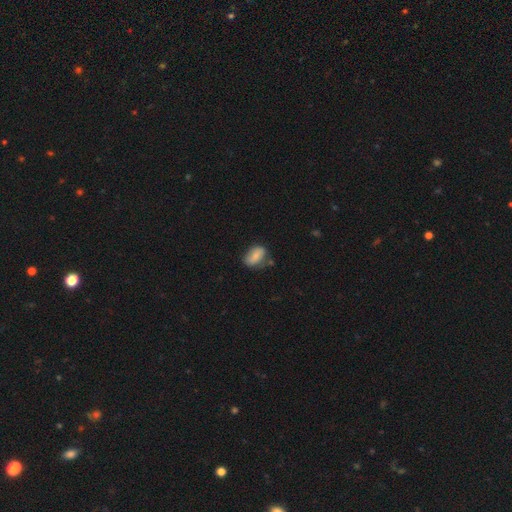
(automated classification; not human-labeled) Smooth or featured? smooth (74%)
How rounded? in between (86%)
Merging? none (61%)